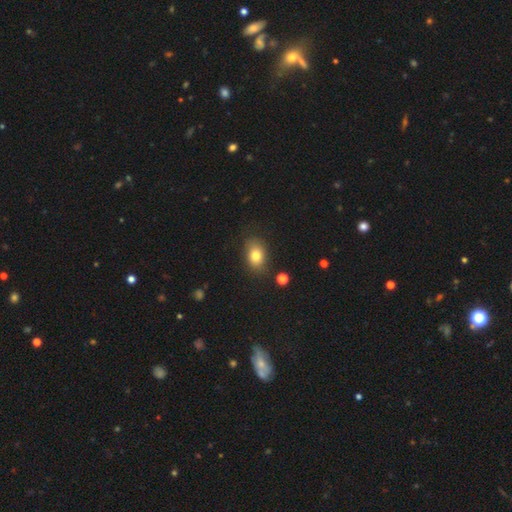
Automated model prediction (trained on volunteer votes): Overall: smooth (79%). How rounded: in between (77%). Merging: none (80%).